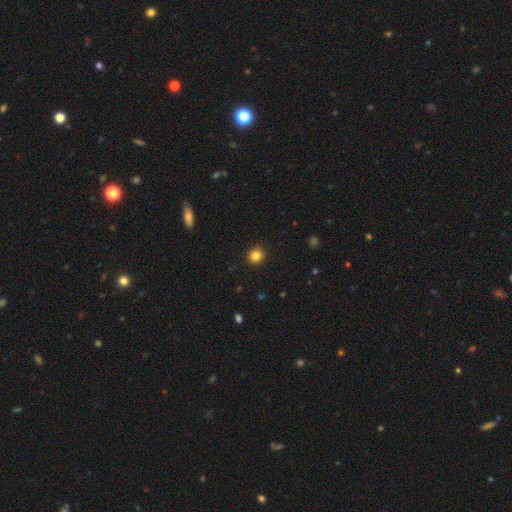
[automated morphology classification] This is clearly a smooth galaxy (83%). How rounded: clearly round (93%). Merging: clearly none (92%).